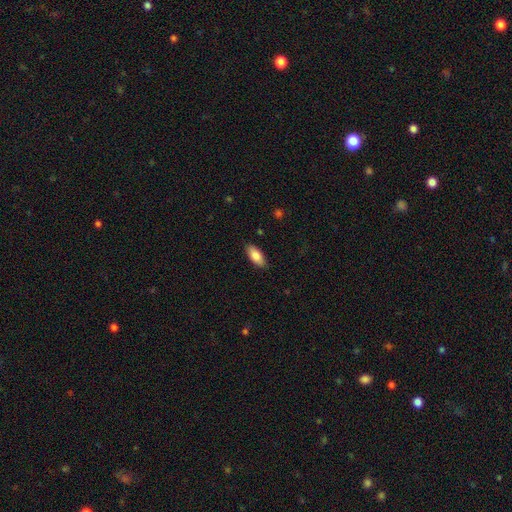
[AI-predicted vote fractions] Smooth or featured?
  - smooth: 84% *
  - featured or disk: 10%
  - star or artifact: 6%
How rounded?
  - in between: 86% *
  - cigar-shaped: 12%
  - round: 2%
Merging?
  - none: 87% *
  - minor disturbance: 10%
  - major disturbance: 2%
  - merger: 1%